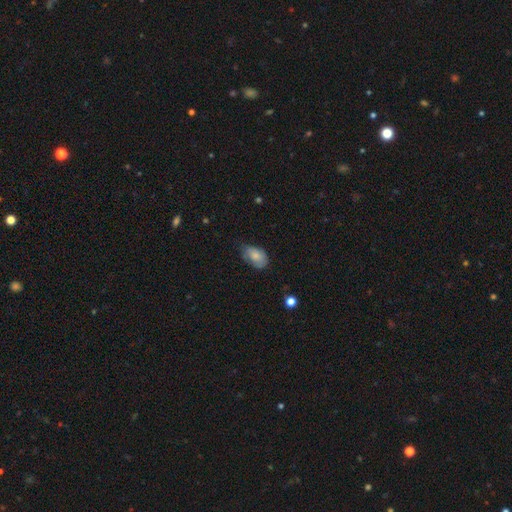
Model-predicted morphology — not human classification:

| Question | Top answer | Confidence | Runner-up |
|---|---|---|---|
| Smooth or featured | smooth | 78% | featured or disk (15%) |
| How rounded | in between | 91% | round (8%) |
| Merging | none | 52% | minor disturbance (37%) |